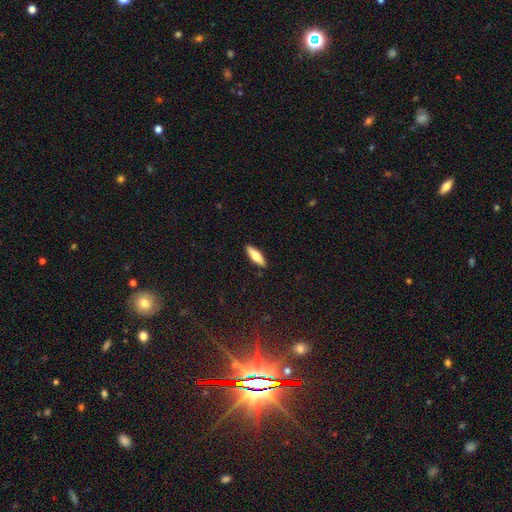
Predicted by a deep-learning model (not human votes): Smooth or featured: smooth — 63% (featured or disk — 32%)
How rounded: cigar-shaped — 57% (in between — 41%)
Merging: none — 90% (minor disturbance — 7%)